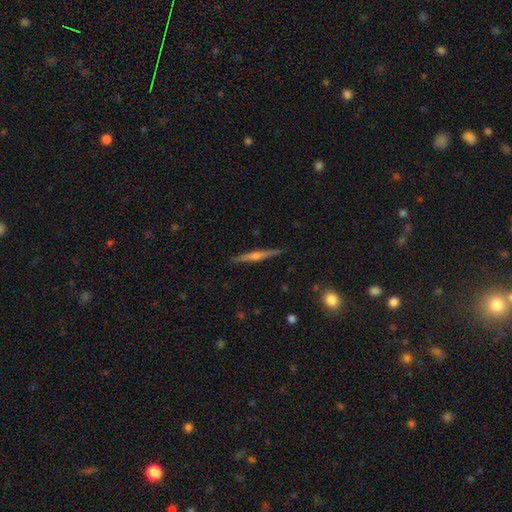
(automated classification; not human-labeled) Smooth or featured? featured or disk (76%)
Edge-on disk? yes (98%)
Edge-on bulge? rounded (84%)
Merging? none (92%)